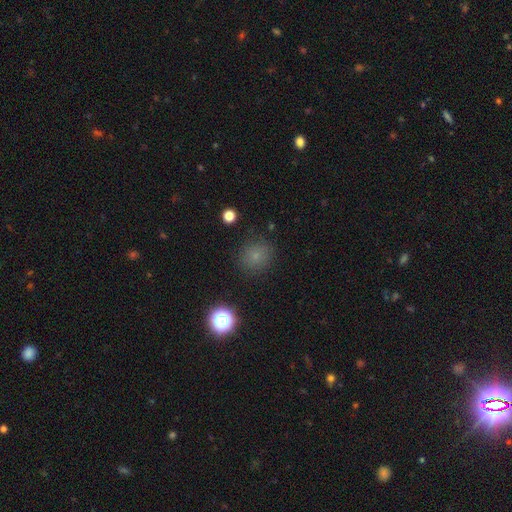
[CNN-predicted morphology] This appears to be a smooth galaxy with no disk features (73%) that is round (85%). Merging: none (85%).